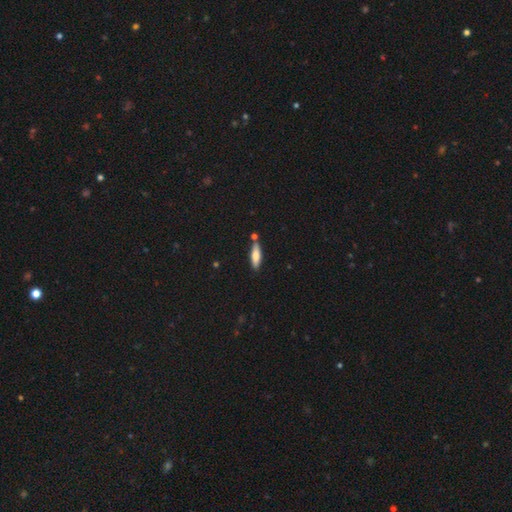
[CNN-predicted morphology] Overall: smooth (71%). How rounded: cigar-shaped (58%; in between 40%). Merging: none (78%).